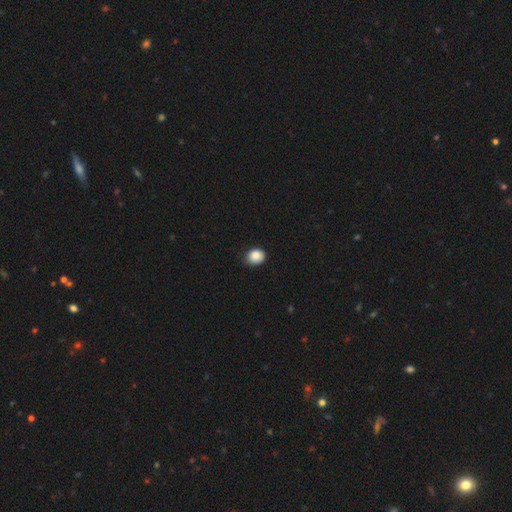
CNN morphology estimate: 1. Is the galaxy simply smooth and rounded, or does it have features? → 86% smooth, 9% star or artifact, 4% featured or disk.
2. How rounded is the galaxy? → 59% round, 40% in between, 1% cigar-shaped.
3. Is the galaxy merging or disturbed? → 83% none, 14% minor disturbance, 2% major disturbance, 1% merger.